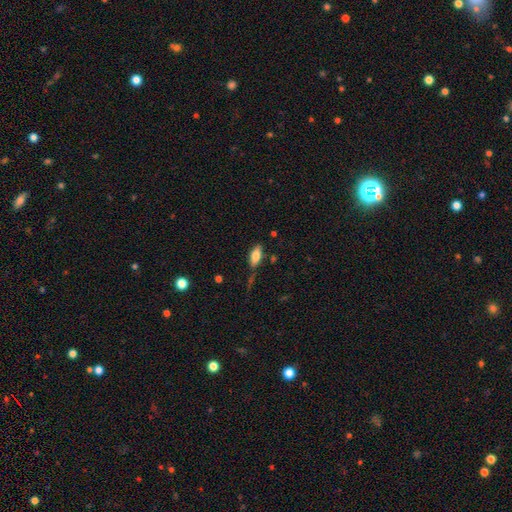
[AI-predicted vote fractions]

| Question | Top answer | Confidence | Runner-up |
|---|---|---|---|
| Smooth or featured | smooth | 77% | featured or disk (16%) |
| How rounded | in between | 84% | cigar-shaped (13%) |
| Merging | none | 69% | minor disturbance (20%) |